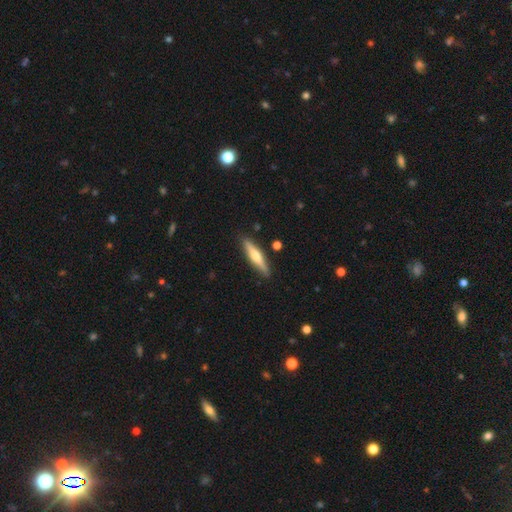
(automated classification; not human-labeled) Overall: featured or disk (52%; smooth 42%). Edge-on disk: yes (95%). Merging: none (87%).